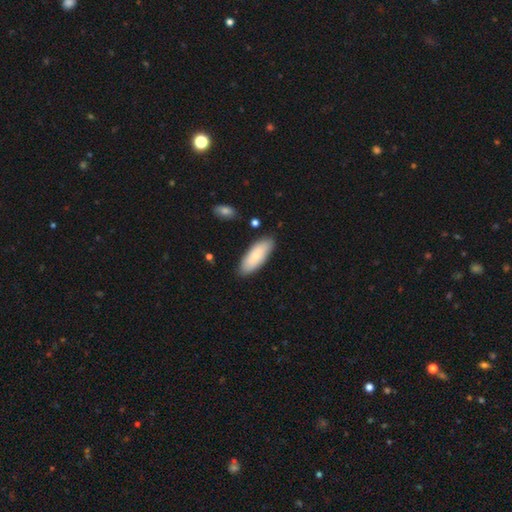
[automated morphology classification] smooth-or-featured: smooth: 76% | featured or disk: 19% | star or artifact: 6%
  how-rounded: in between: 75% | cigar-shaped: 23% | round: 2%
  merging: none: 84% | minor disturbance: 12% | major disturbance: 2% | merger: 2%